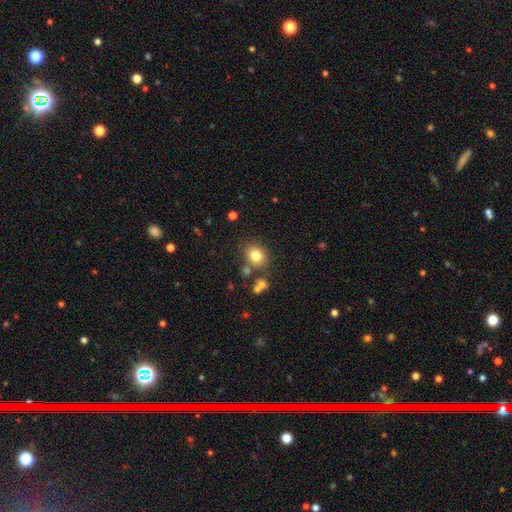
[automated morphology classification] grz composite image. It shows a smooth galaxy with no disk features (79%) that is round (60%). Merging: none (76%).